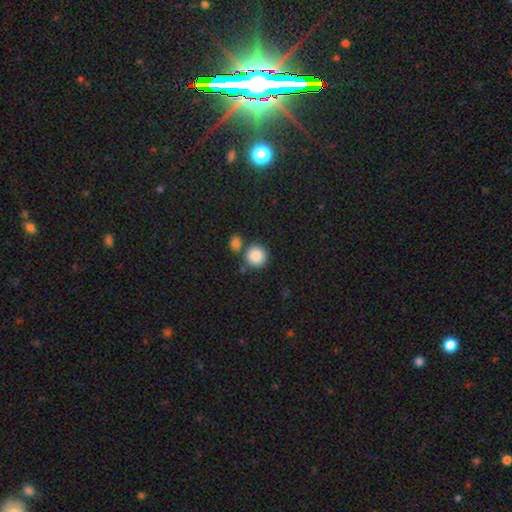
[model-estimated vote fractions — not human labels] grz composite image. It shows a smooth galaxy with no disk features (87%) that is round (92%). Merging: none (70%).